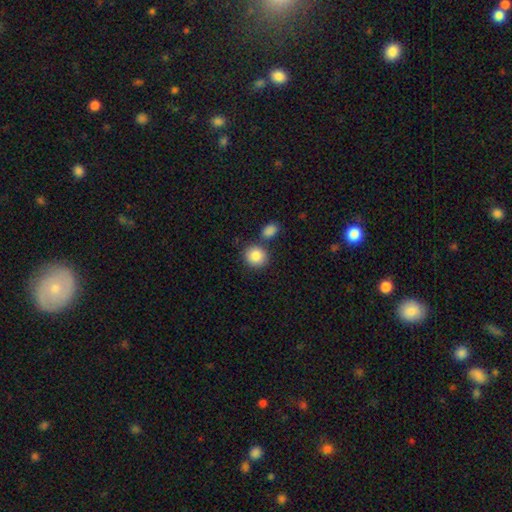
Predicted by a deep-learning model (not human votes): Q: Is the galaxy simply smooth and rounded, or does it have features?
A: smooth — 87%.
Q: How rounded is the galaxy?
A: round — 84%.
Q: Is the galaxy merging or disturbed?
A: none — 70%.